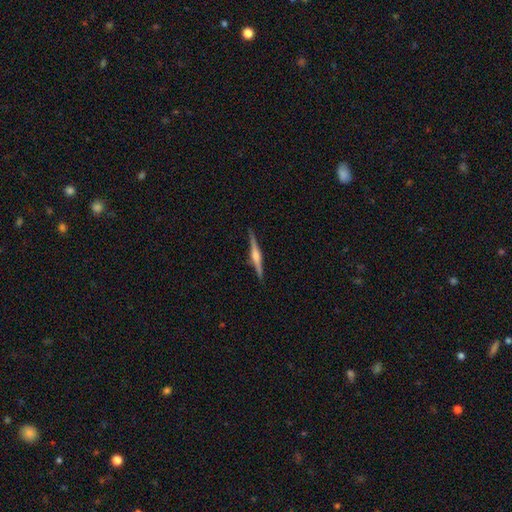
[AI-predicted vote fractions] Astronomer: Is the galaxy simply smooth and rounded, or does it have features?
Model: featured or disk — 80%.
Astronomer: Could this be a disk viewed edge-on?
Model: yes — 98%.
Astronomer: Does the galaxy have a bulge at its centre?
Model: rounded — 80%.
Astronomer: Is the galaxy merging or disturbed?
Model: none — 91%.